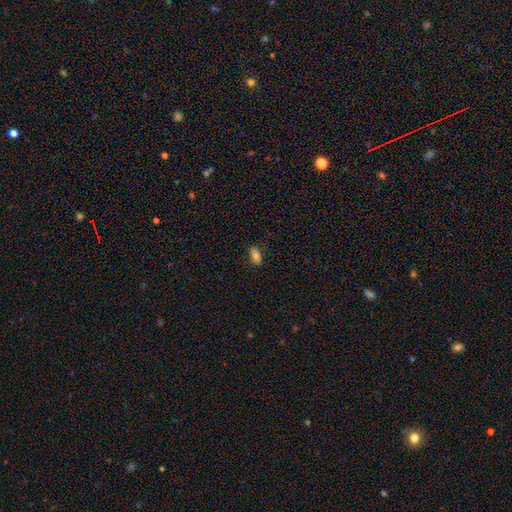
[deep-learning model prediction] Morphology: type=smooth (77%); roundness=in between (85%); merging=none (81%).